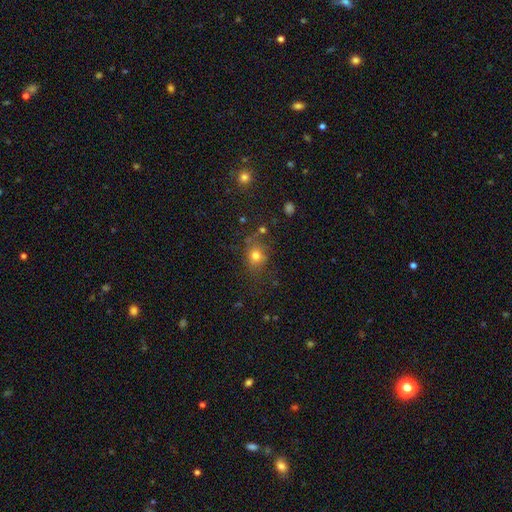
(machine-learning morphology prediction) Smooth or featured?
  - smooth: 73% *
  - star or artifact: 16%
  - featured or disk: 11%
How rounded?
  - round: 66% *
  - in between: 33%
  - cigar-shaped: 1%
Merging?
  - none: 65% *
  - minor disturbance: 19%
  - major disturbance: 10%
  - merger: 5%